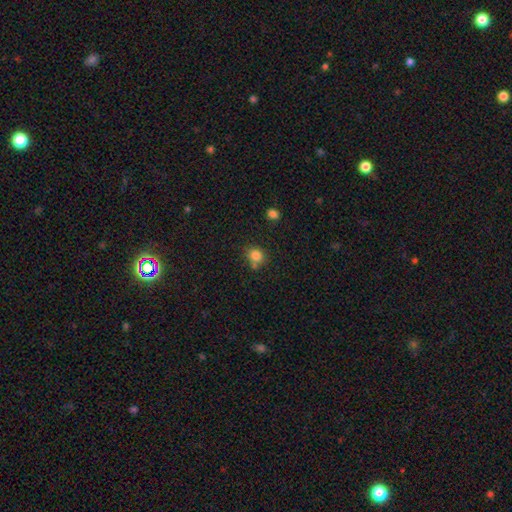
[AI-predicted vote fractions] Q: Smooth or featured?
A: smooth (82%); runner-up: star or artifact (12%)
Q: How rounded?
A: round (76%); runner-up: in between (23%)
Q: Merging?
A: none (65%); runner-up: merger (16%)